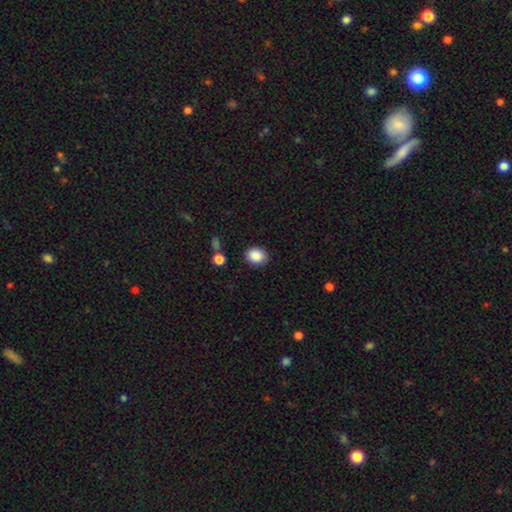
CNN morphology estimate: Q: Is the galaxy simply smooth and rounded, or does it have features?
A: smooth — 88%.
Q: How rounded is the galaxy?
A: round — 52%.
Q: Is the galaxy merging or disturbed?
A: none — 86%.